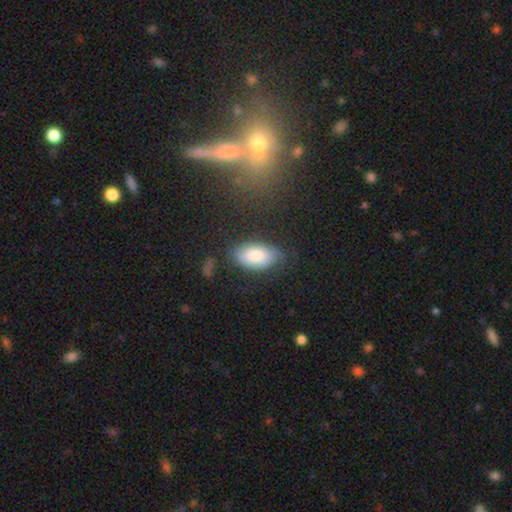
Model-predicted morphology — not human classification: Smooth or featured?
  - smooth: 73% *
  - featured or disk: 20%
  - star or artifact: 7%
How rounded?
  - in between: 94% *
  - round: 4%
  - cigar-shaped: 2%
Merging?
  - none: 69% *
  - minor disturbance: 21%
  - major disturbance: 8%
  - merger: 2%